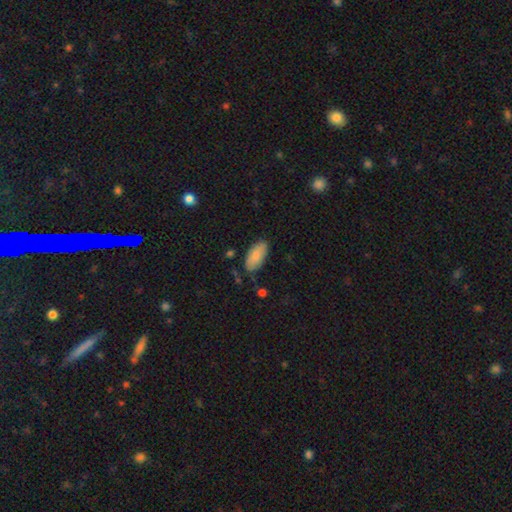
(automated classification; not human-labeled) Smooth or featured: smooth — 85% (featured or disk — 9%)
How rounded: in between — 91% (cigar-shaped — 7%)
Merging: none — 80% (minor disturbance — 15%)